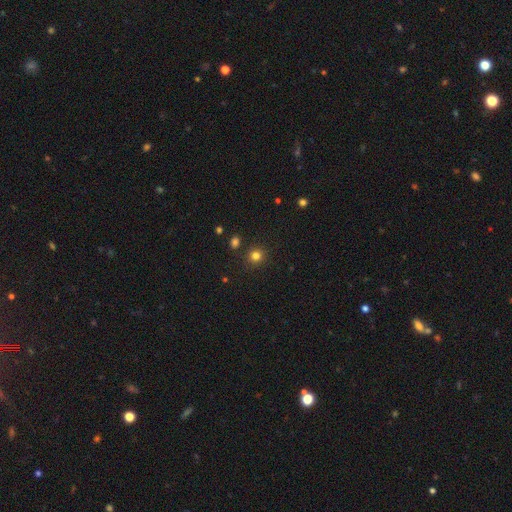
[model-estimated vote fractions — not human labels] Smooth or featured: smooth — 79% (star or artifact — 16%)
How rounded: round — 90% (in between — 9%)
Merging: none — 87% (minor disturbance — 7%)